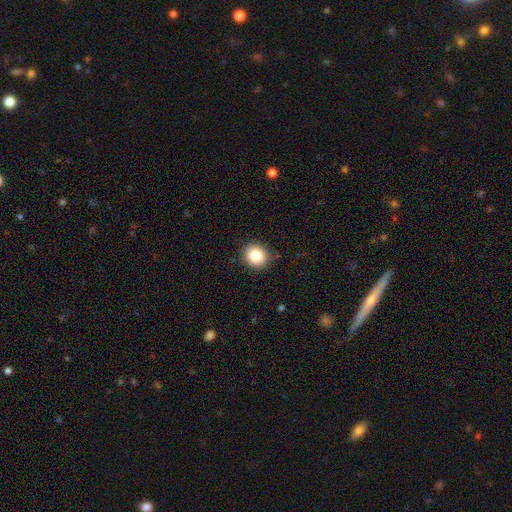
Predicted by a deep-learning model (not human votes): Smooth or featured? Predicted: smooth (p=0.86). How rounded? Predicted: round (p=0.83). Merging? Predicted: none (p=0.89).